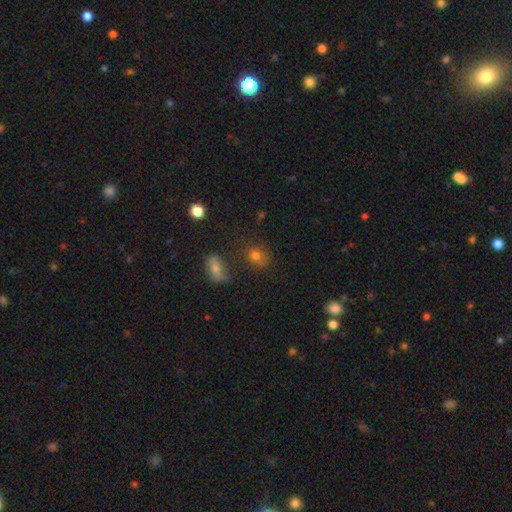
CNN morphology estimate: Overall: smooth (72%). How rounded: round (53%; in between 45%). Merging: none (57%; minor disturbance 20%).